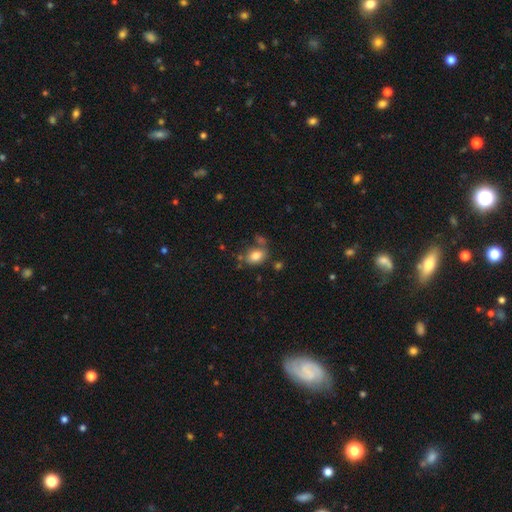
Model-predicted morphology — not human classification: Smooth or featured? Predicted: smooth (p=0.81). How rounded? Predicted: in between (p=0.75). Merging? Predicted: none (p=0.61).